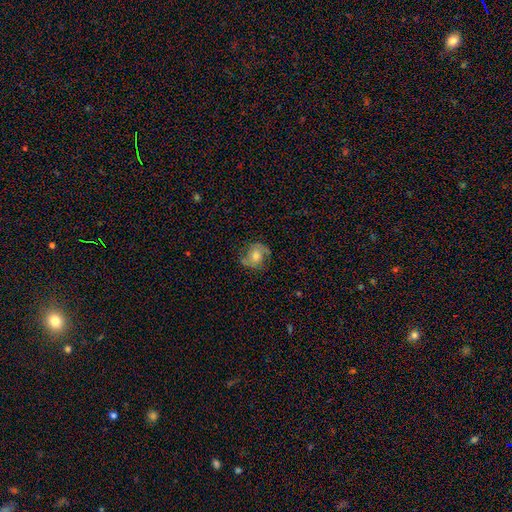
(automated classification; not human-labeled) Q: Smooth or featured?
A: featured or disk (58%); runner-up: smooth (32%)
Q: Edge-on disk?
A: no (97%); runner-up: yes (3%)
Q: Bar?
A: no (69%); runner-up: weak (25%)
Q: Spiral arms?
A: yes (85%); runner-up: no (15%)
Q: Bulge size?
A: moderate (55%); runner-up: large (24%)
Q: Merging?
A: none (72%); runner-up: minor disturbance (19%)